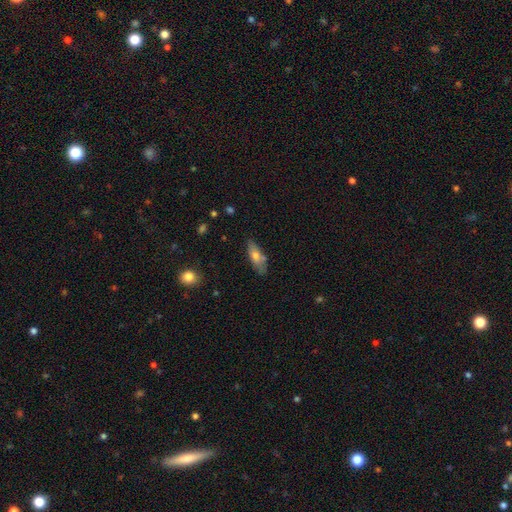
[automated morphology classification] The model was most divided on "how rounded": in between: 64%, cigar-shaped: 33%, round: 2%. More confident: smooth or featured — smooth (66%); merging — none (66%).